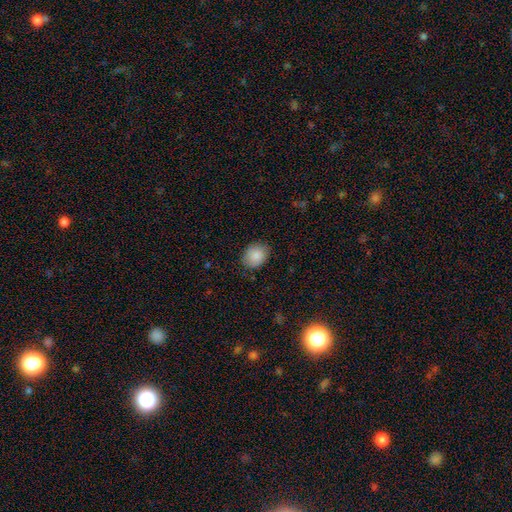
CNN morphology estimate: smooth-or-featured: smooth: 88% | star or artifact: 7% | featured or disk: 4%
  how-rounded: in between: 51% | round: 48% | cigar-shaped: 1%
  merging: none: 84% | minor disturbance: 13% | major disturbance: 3% | merger: 1%